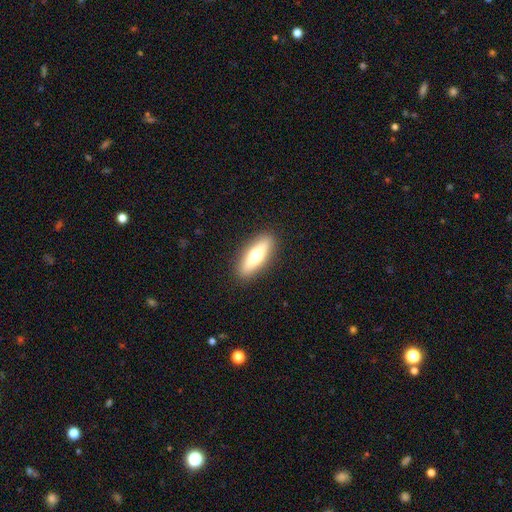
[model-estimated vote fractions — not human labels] Q: Smooth or featured?
A: smooth (59%); runner-up: featured or disk (35%)
Q: How rounded?
A: cigar-shaped (54%); runner-up: in between (43%)
Q: Merging?
A: none (90%); runner-up: minor disturbance (7%)